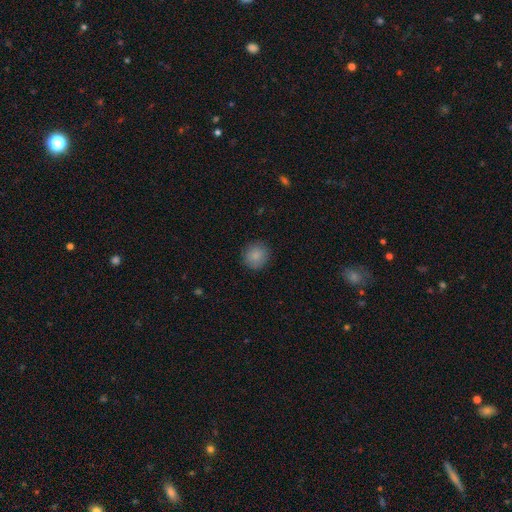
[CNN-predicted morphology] This is clearly a smooth galaxy (86%). How rounded: clearly round (91%). Merging: clearly none (89%).